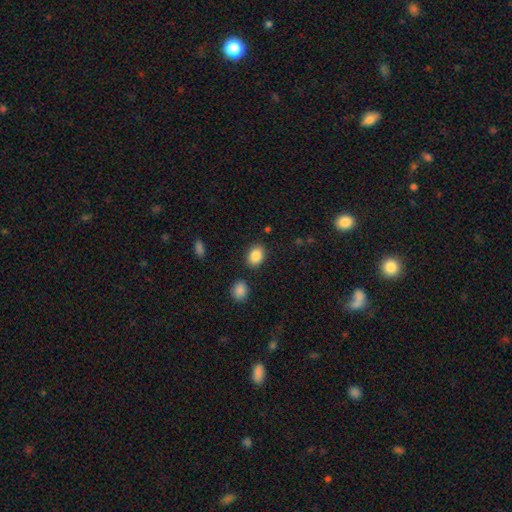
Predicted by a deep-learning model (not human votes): This appears to be a smooth galaxy with no disk features (86%) that is in between round and cigar-shaped (72%). Merging: none (84%).